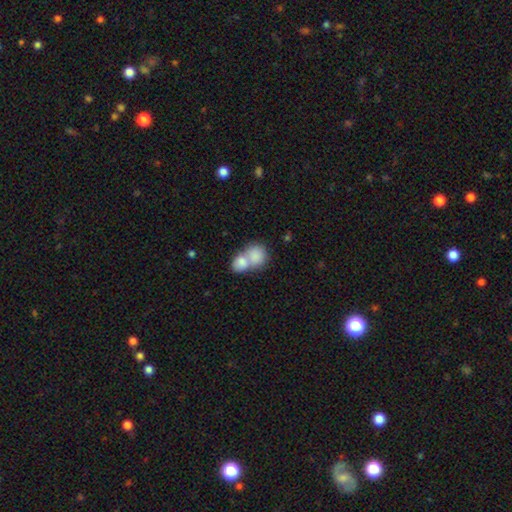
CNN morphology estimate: smooth-or-featured: smooth: 82% | featured or disk: 12% | star or artifact: 7%
  how-rounded: round: 58% | in between: 41% | cigar-shaped: 1%
  merging: merger: 72% | none: 20% | minor disturbance: 5% | major disturbance: 3%